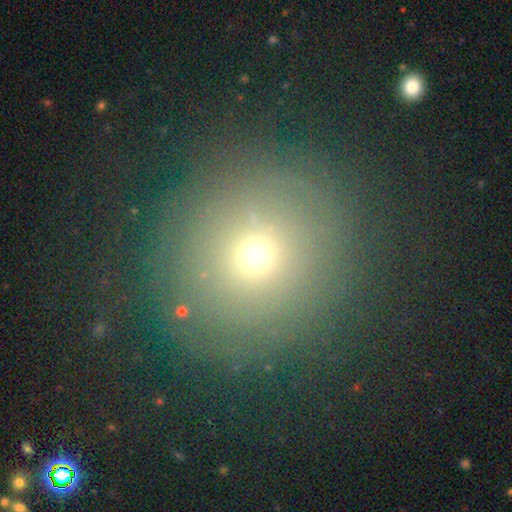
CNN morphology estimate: Smooth or featured?
  - smooth: 62% *
  - star or artifact: 20%
  - featured or disk: 18%
How rounded?
  - round: 92% *
  - in between: 7%
  - cigar-shaped: 1%
Merging?
  - none: 80% *
  - minor disturbance: 10%
  - major disturbance: 7%
  - merger: 2%